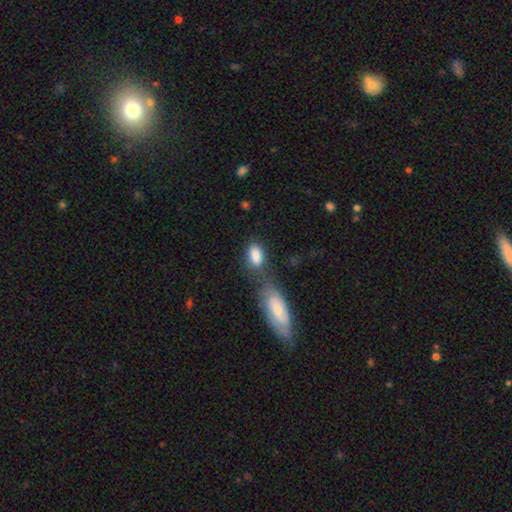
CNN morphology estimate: smooth 84%, featured or disk 9%, star or artifact 7%. Down the decision tree: how rounded — in between (89%); merging — none (42%).